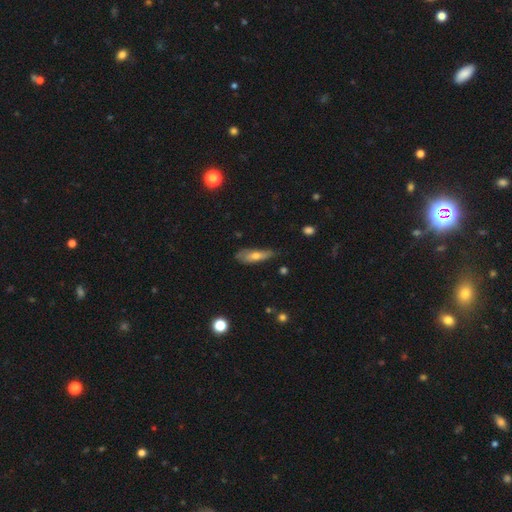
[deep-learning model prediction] This appears to be a smooth galaxy with no disk features (62%) that is cigar-shaped (49%). Merging: none (56%).